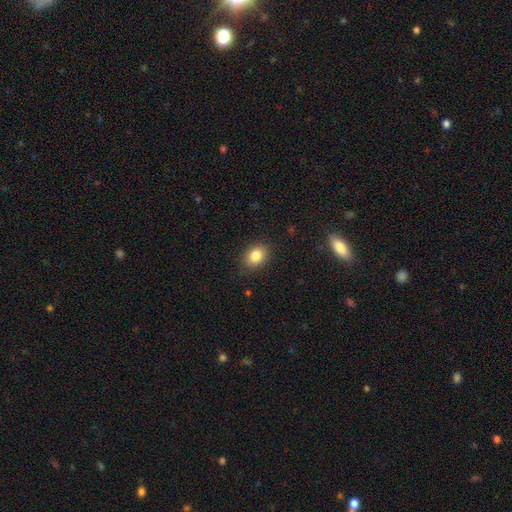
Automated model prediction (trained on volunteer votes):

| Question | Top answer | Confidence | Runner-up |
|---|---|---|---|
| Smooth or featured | smooth | 83% | star or artifact (10%) |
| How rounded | in between | 65% | round (34%) |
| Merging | none | 87% | minor disturbance (10%) |